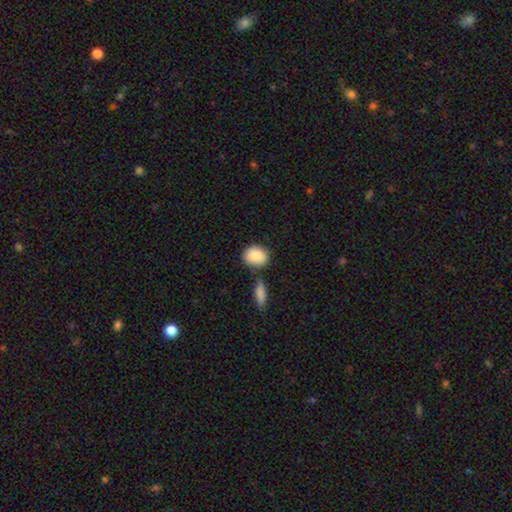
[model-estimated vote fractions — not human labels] Morphology: type=smooth (88%); roundness=in between (53%); merging=none (64%).